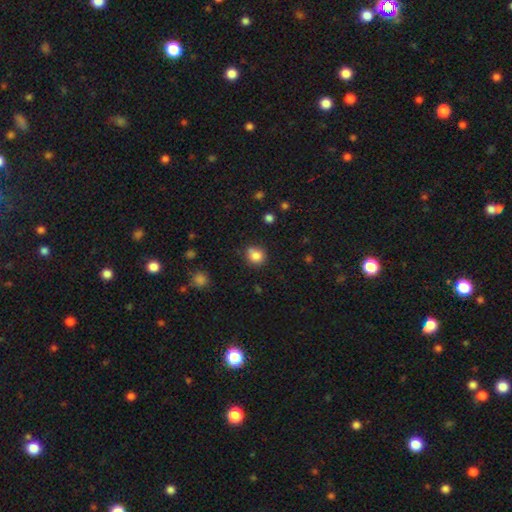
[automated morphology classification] smooth 83%, star or artifact 11%, featured or disk 6%. Down the decision tree: how rounded — round (80%); merging — none (67%).